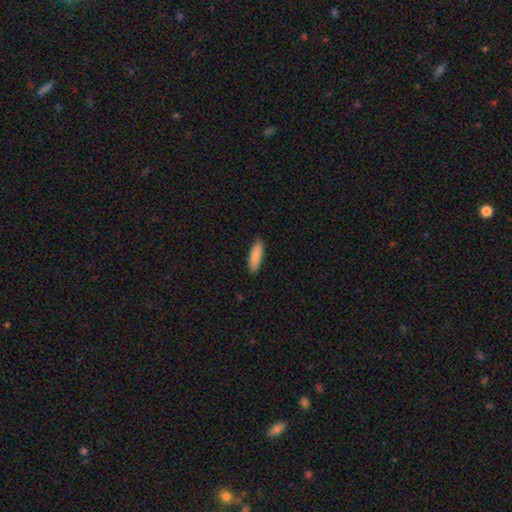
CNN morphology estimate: Smooth or featured: smooth — 89% (featured or disk — 6%)
How rounded: cigar-shaped — 51% (in between — 47%)
Merging: none — 88% (minor disturbance — 10%)